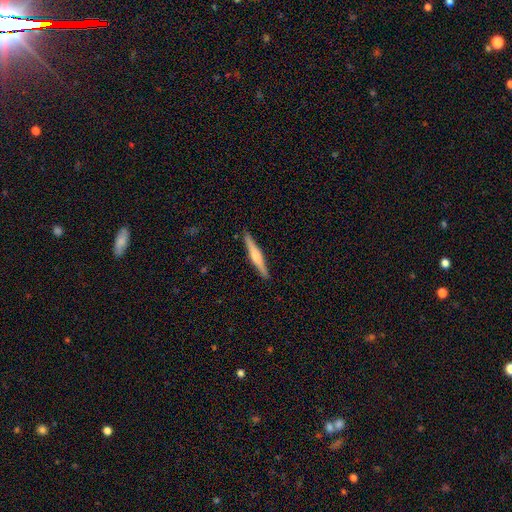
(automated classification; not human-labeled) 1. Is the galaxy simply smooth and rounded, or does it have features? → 58% featured or disk, 37% smooth, 5% star or artifact.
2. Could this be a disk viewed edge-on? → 98% yes, 2% no.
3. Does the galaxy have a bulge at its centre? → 79% rounded, 11% none, 10% boxy.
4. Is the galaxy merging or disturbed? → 91% none, 7% minor disturbance, 1% major disturbance, 1% merger.